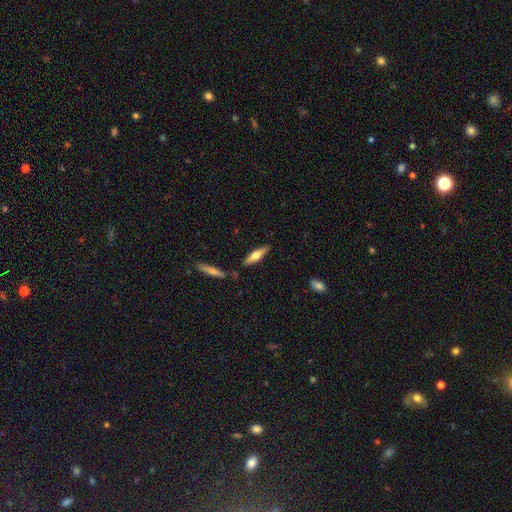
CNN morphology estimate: Smooth or featured: featured or disk — 48% (smooth — 47%)
Merging: none — 83% (minor disturbance — 10%)